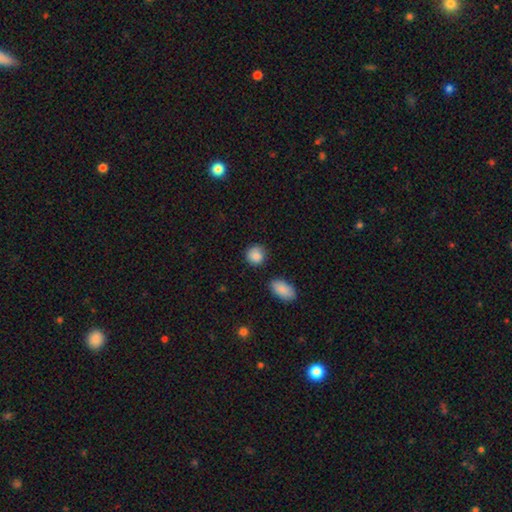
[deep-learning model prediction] A smooth galaxy with no disk features (87%) that is round (84%). Merging: none (77%).